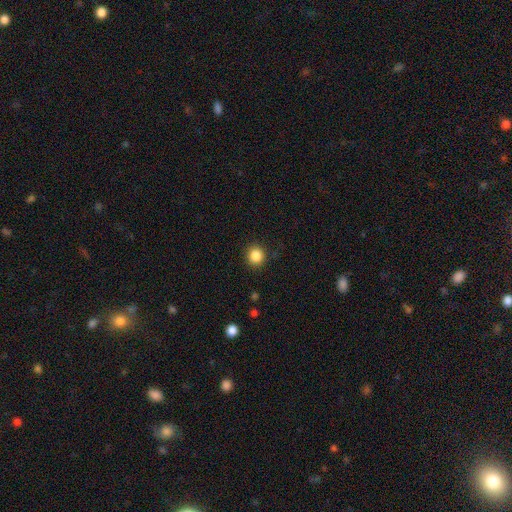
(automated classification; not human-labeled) This appears to be a smooth galaxy with no disk features (86%) that is round (91%). Merging: none (90%).